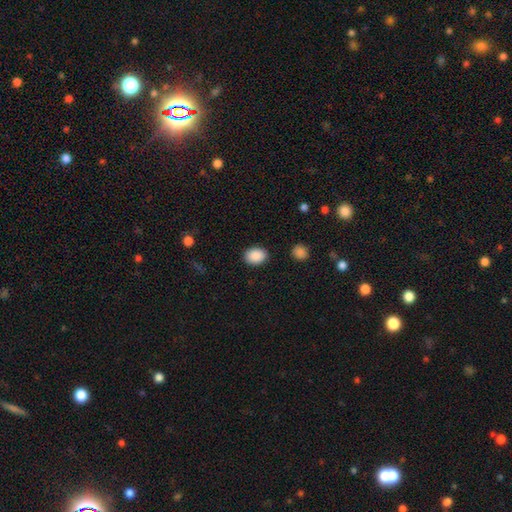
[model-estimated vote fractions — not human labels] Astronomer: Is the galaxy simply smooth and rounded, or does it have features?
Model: smooth — 89%.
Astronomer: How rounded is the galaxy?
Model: in between — 71%.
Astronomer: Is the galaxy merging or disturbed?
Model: none — 87%.